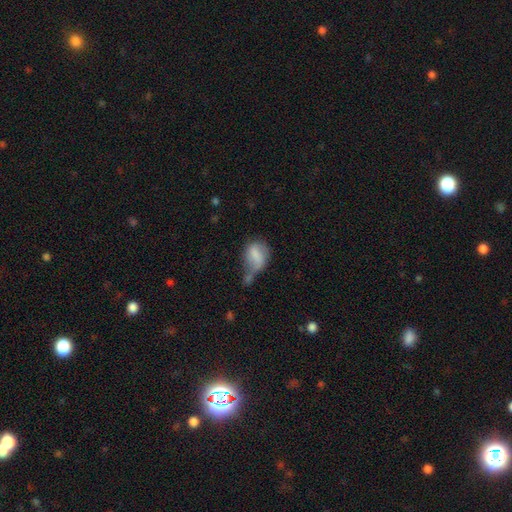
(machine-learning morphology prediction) Q: Smooth or featured?
A: smooth (65%); runner-up: featured or disk (27%)
Q: How rounded?
A: in between (64%); runner-up: round (33%)
Q: Merging?
A: major disturbance (29%); runner-up: merger (25%)